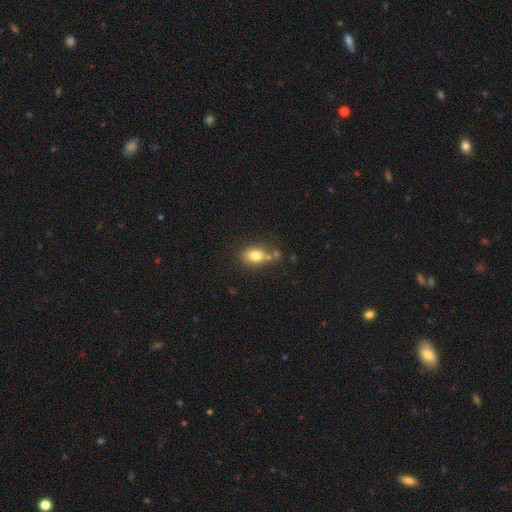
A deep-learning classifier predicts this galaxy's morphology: Smooth or featured? smooth (79%)
How rounded? in between (71%)
Merging? none (61%)